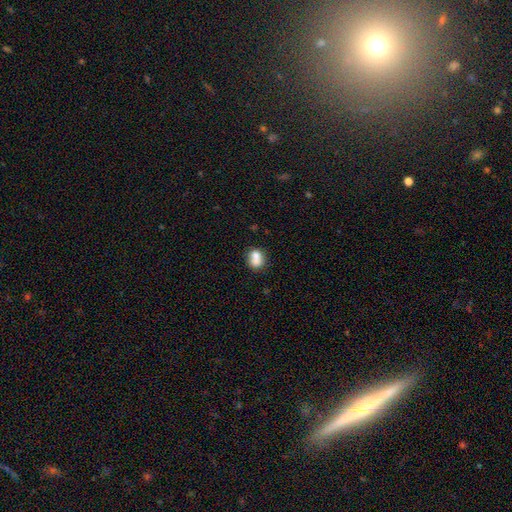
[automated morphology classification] smooth 73%, featured or disk 18%, star or artifact 9%. Down the decision tree: how rounded — round (59%); merging — merger (49%).